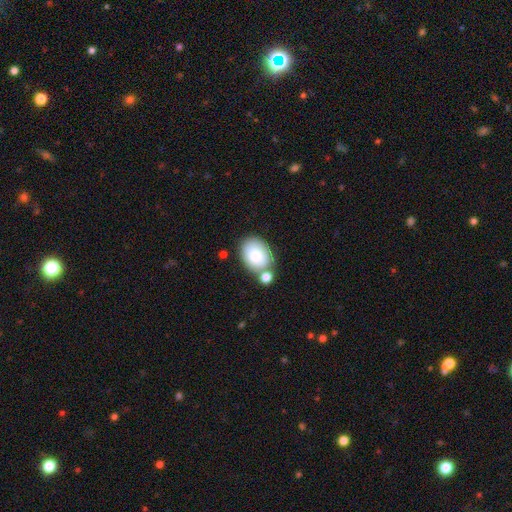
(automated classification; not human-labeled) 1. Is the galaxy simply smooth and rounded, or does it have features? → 79% smooth, 14% featured or disk, 7% star or artifact.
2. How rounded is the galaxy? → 75% in between, 24% round, 1% cigar-shaped.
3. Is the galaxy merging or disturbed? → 60% none, 19% merger, 16% minor disturbance, 5% major disturbance.